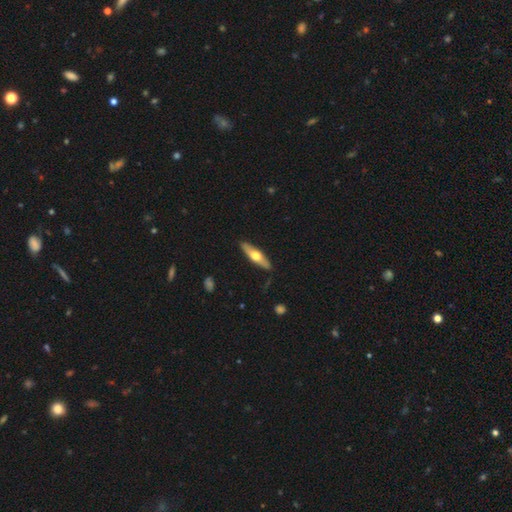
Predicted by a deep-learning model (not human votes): The model was most divided on "smooth or featured": featured or disk: 54%, smooth: 41%, star or artifact: 5%. More confident: merging — none (89%); edge-on disk — yes (88%).